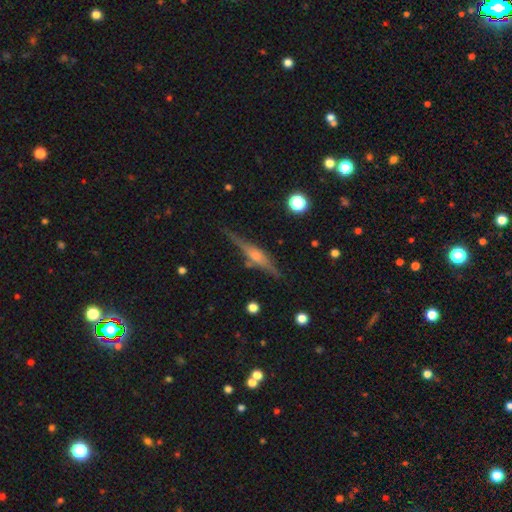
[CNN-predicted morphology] The model was most divided on "edge-on bulge": rounded: 67%, boxy: 21%, none: 12%. More confident: edge-on disk — yes (96%); merging — none (80%); smooth or featured — featured or disk (70%).